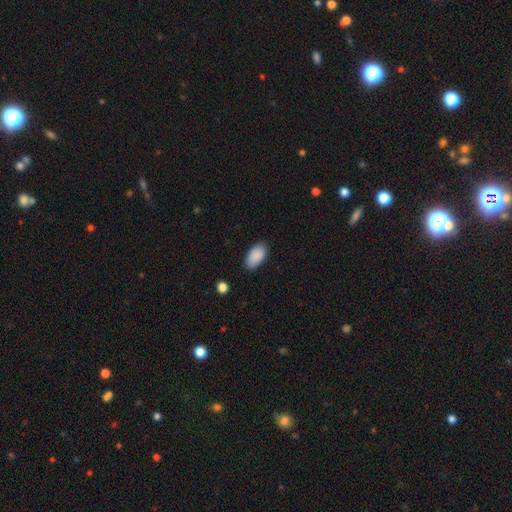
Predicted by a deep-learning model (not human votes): Overall: smooth (90%). How rounded: in between (95%). Merging: none (85%).